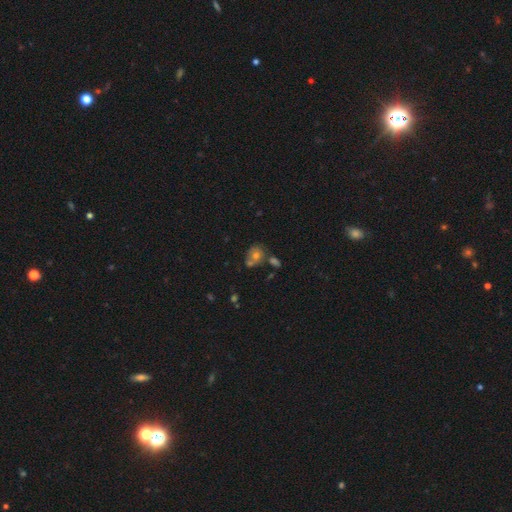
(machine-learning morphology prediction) Q: Smooth or featured?
A: smooth (54%); runner-up: featured or disk (29%)
Q: How rounded?
A: round (57%); runner-up: in between (41%)
Q: Merging?
A: none (53%); runner-up: merger (22%)